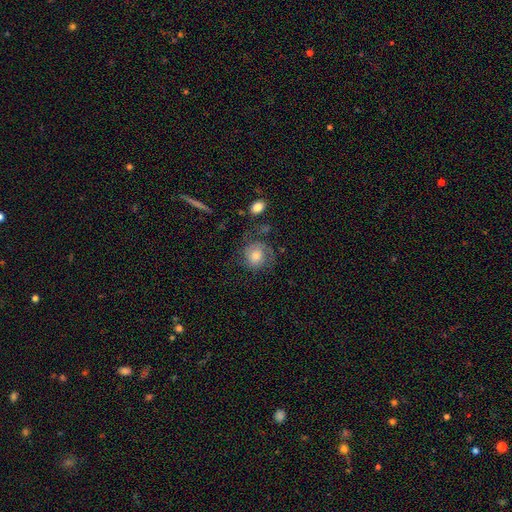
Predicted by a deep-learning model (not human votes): Q: Smooth or featured?
A: featured or disk (52%); runner-up: smooth (38%)
Q: Edge-on disk?
A: no (96%); runner-up: yes (4%)
Q: Merging?
A: none (62%); runner-up: minor disturbance (19%)